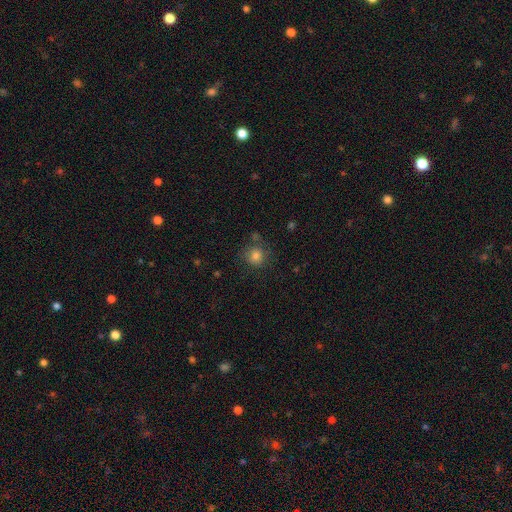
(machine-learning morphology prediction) Smooth or featured?
  - smooth: 79% *
  - star or artifact: 13%
  - featured or disk: 8%
How rounded?
  - round: 89% *
  - in between: 10%
  - cigar-shaped: 1%
Merging?
  - none: 76% *
  - minor disturbance: 13%
  - merger: 6%
  - major disturbance: 5%